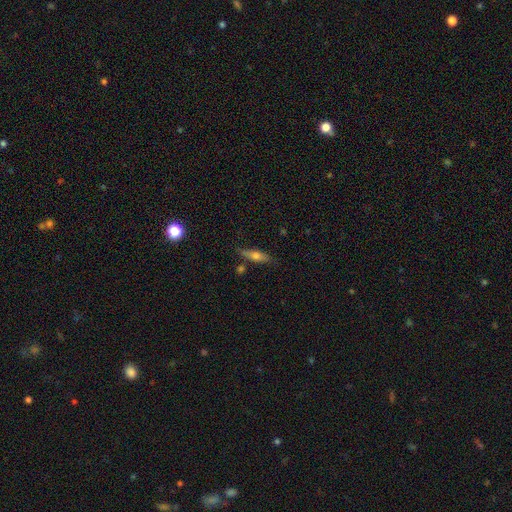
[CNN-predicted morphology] smooth_or_featured: smooth (p=0.49) [alt: featured or disk p=0.42]
merging: none (p=0.70) [alt: minor disturbance p=0.19]